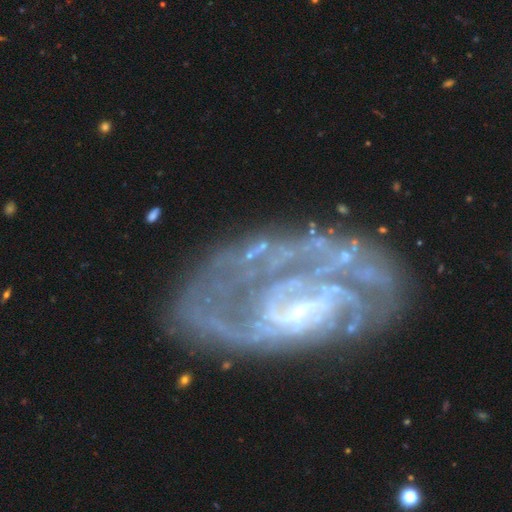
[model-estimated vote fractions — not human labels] Morphology: type=featured or disk (86%); edge-on=no (97%); bar=weak (45%); spiral arms=yes (86%); winding=medium (41%); arm count=can't tell (32%); bulge=small (48%); merging=none (49%).